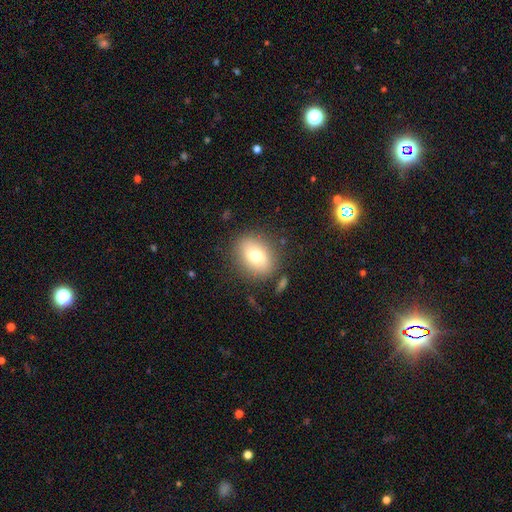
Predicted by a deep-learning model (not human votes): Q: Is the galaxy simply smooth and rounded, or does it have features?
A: smooth — 72%.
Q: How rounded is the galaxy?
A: in between — 52%.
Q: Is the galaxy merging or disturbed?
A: none — 82%.